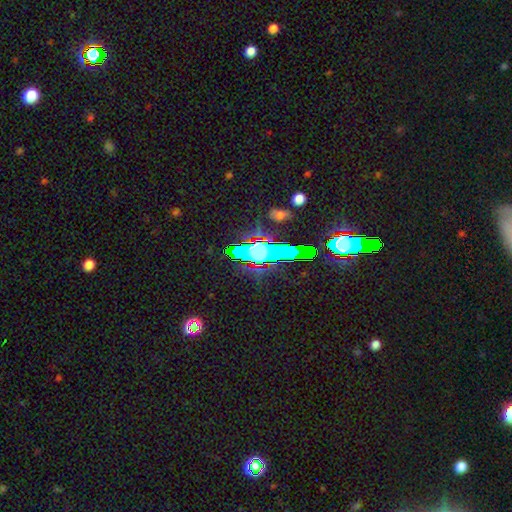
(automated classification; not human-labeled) A star or artifact, not a galaxy (51%).

Vote fractions:
- Smooth or featured? star or artifact: 51% / smooth: 28% / featured or disk: 21%